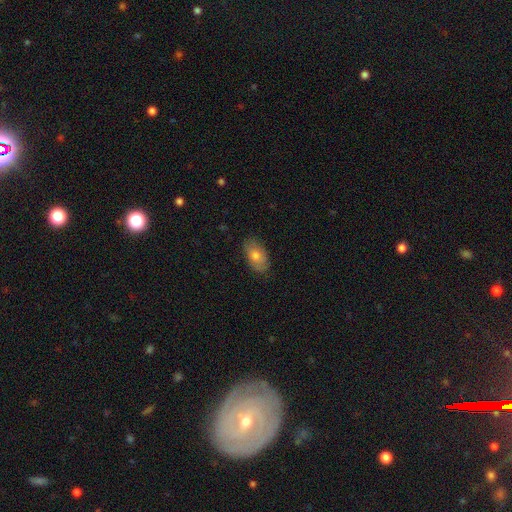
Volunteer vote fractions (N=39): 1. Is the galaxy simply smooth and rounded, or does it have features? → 69% smooth, 23% featured or disk, 8% star or artifact.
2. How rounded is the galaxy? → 85% in between, 7% round, 7% cigar-shaped.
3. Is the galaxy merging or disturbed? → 75% none, 14% minor disturbance, 8% merger, 3% major disturbance.